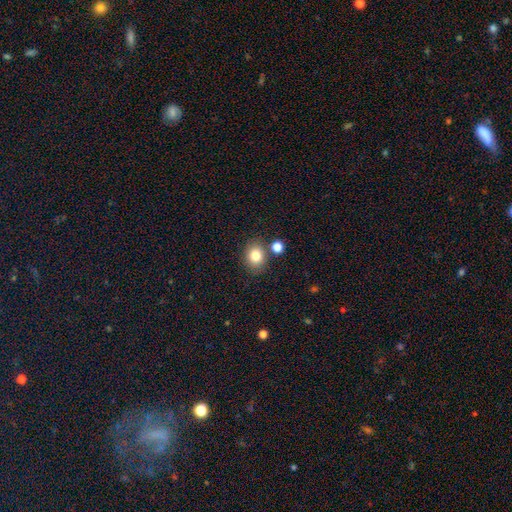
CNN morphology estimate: smooth_or_featured: smooth (p=0.82) [alt: star or artifact p=0.10]
how_rounded: round (p=0.54) [alt: in between p=0.45]
merging: none (p=0.77) [alt: minor disturbance p=0.10]